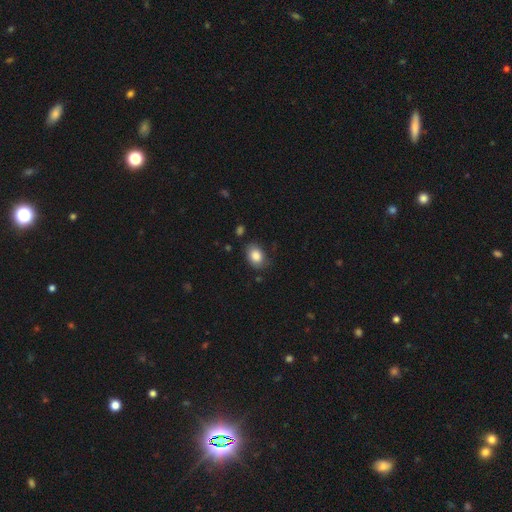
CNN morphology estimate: Smooth or featured? smooth (85%)
How rounded? in between (68%)
Merging? none (71%)